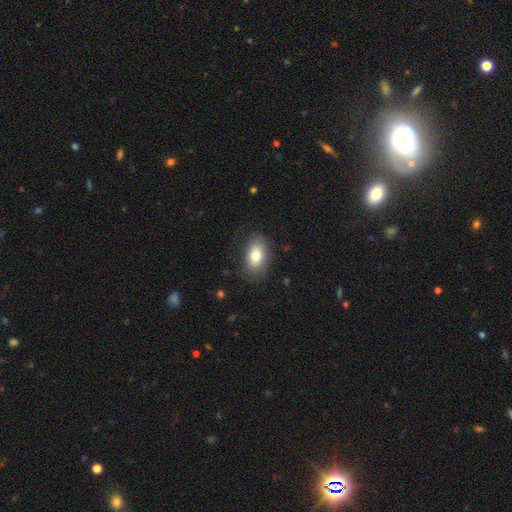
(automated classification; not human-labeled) Smooth or featured: smooth — 78% (featured or disk — 14%)
How rounded: in between — 88% (round — 10%)
Merging: none — 83% (minor disturbance — 12%)